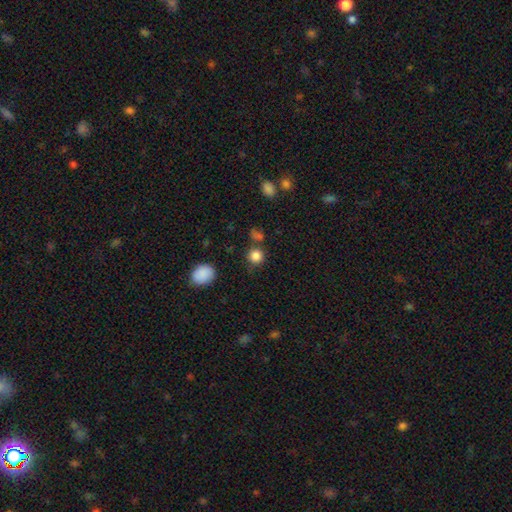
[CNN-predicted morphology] smooth-or-featured: smooth: 83% | star or artifact: 13% | featured or disk: 4%
  how-rounded: round: 90% | in between: 9% | cigar-shaped: 1%
  merging: none: 74% | merger: 11% | minor disturbance: 11% | major disturbance: 4%